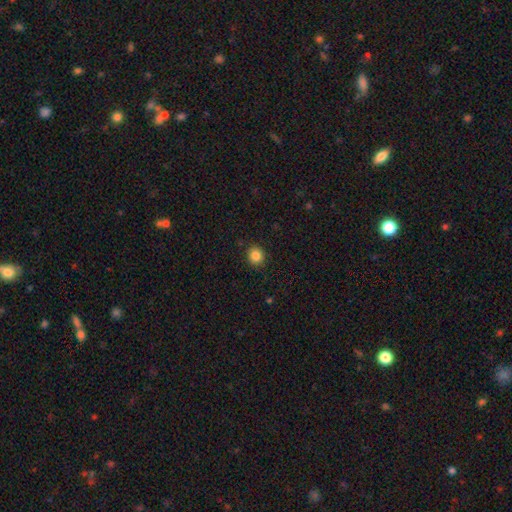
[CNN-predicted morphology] smooth_or_featured: smooth (p=0.85) [alt: star or artifact p=0.11]
how_rounded: round (p=0.87) [alt: in between p=0.12]
merging: none (p=0.90) [alt: minor disturbance p=0.07]